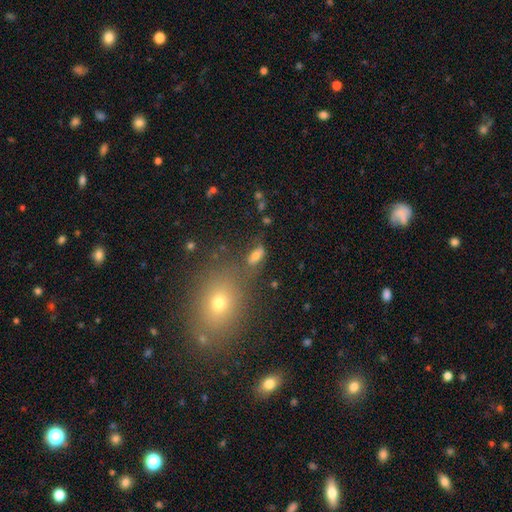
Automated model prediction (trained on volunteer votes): Smooth or featured?
  - smooth: 67% *
  - star or artifact: 17%
  - featured or disk: 16%
How rounded?
  - in between: 78% *
  - cigar-shaped: 11%
  - round: 11%
Merging?
  - none: 64% *
  - minor disturbance: 15%
  - merger: 13%
  - major disturbance: 8%